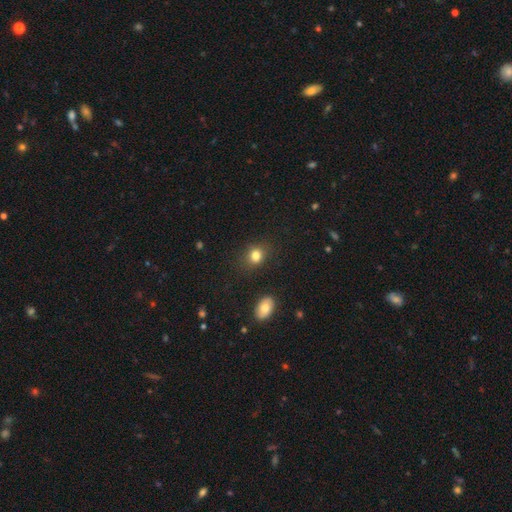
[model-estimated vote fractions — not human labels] Smooth or featured? Predicted: smooth (p=0.81). How rounded? Predicted: round (p=0.57). Merging? Predicted: none (p=0.82).